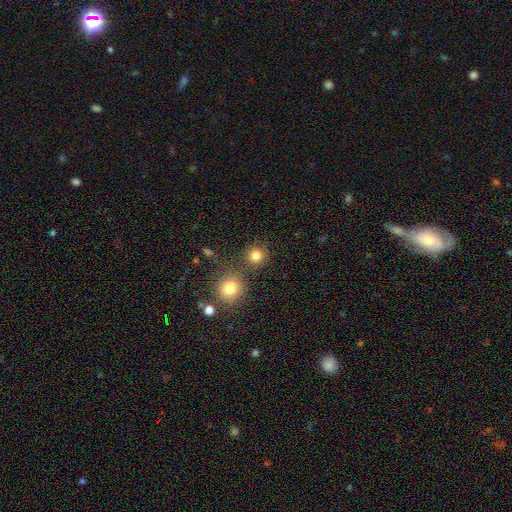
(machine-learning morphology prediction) A smooth galaxy with no disk features (81%) that is round (92%). Merging: none (80%).